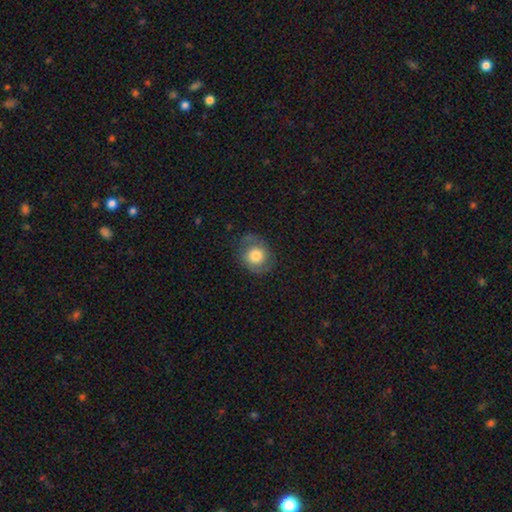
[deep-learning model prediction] Q: Smooth or featured?
A: smooth (65%); runner-up: featured or disk (26%)
Q: How rounded?
A: round (72%); runner-up: in between (27%)
Q: Merging?
A: none (72%); runner-up: minor disturbance (19%)